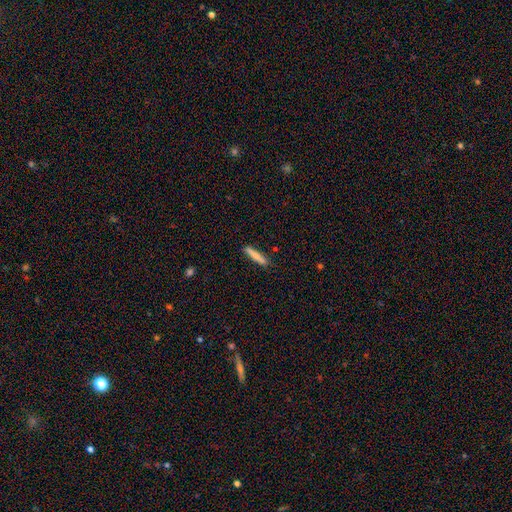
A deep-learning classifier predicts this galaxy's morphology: smooth 76%, featured or disk 18%, star or artifact 6%. Down the decision tree: how rounded — cigar-shaped (92%); merging — none (88%).